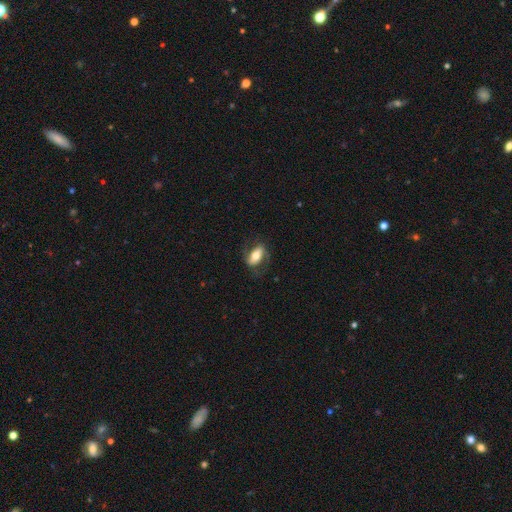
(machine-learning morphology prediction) type=smooth (53%); roundness=in between (82%); merging=none (69%).